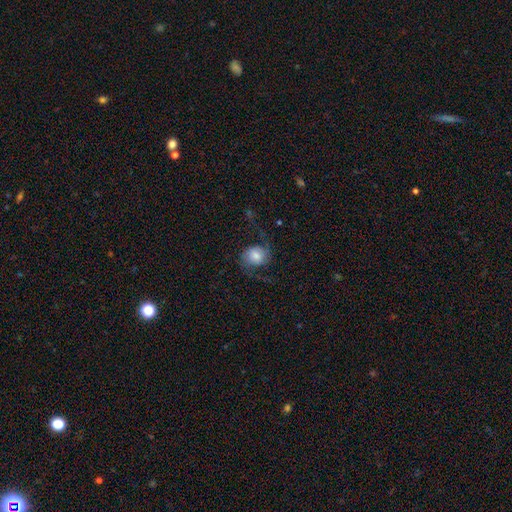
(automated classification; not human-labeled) This is likely a featured or disk galaxy (62%). It is clearly not viewed edge-on (97%). Bar: likely no (61%). Spiral arm pattern: clearly yes (92%). Spiral arm count: clearly 2 (92%). Spiral winding: likely loose (70%). Central bulge: marginally moderate (40%). Merging: likely none (64%).